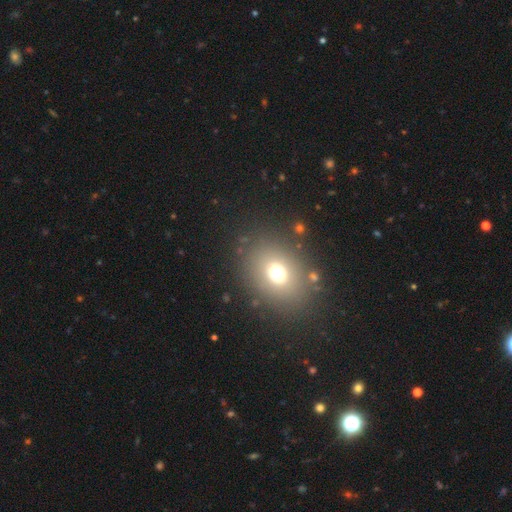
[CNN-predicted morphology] smooth 64%, star or artifact 22%, featured or disk 14%. Down the decision tree: how rounded — in between (55%); merging — none (85%).